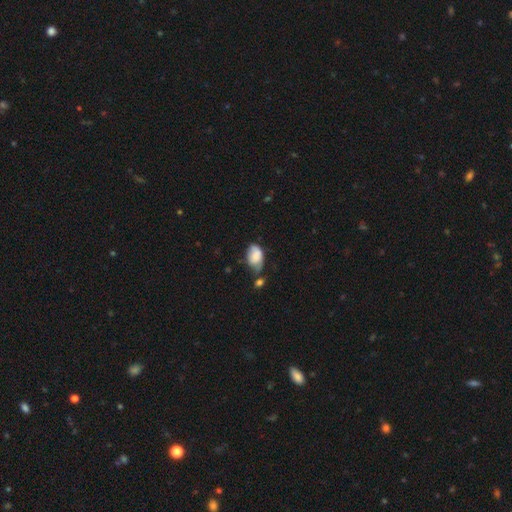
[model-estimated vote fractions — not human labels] Overall: smooth (76%). How rounded: in between (89%). Merging: none (34%, tied with minor disturbance).